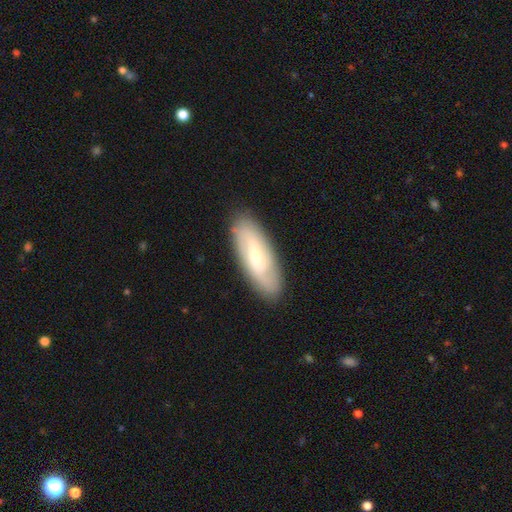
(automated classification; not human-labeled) A featured or disk galaxy (56%).

Vote fractions:
- Smooth or featured? featured or disk: 56% / smooth: 38% / star or artifact: 6%
- Edge-on disk? no: 84% / yes: 16%
- Merging? none: 86% / minor disturbance: 10% / major disturbance: 2% / merger: 1%